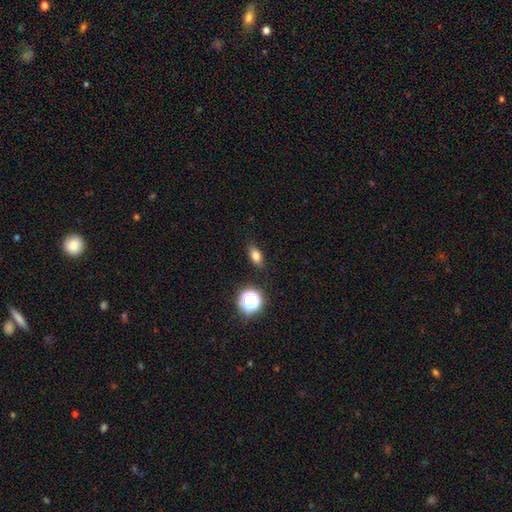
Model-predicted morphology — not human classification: Smooth or featured? Predicted: smooth (p=0.76). How rounded? Predicted: in between (p=0.76). Merging? Predicted: none (p=0.85).